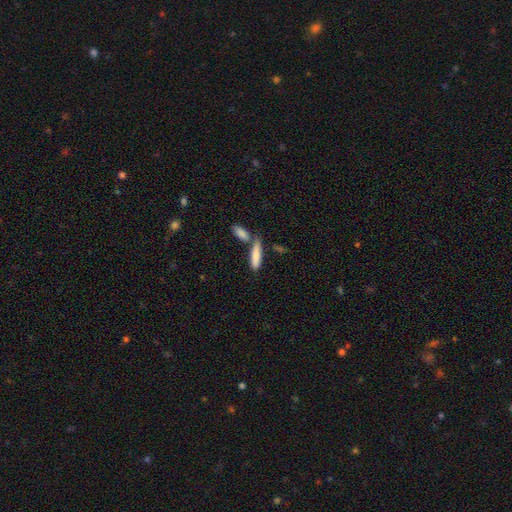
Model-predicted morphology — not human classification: Q: Smooth or featured?
A: smooth (80%); runner-up: featured or disk (14%)
Q: How rounded?
A: cigar-shaped (64%); runner-up: in between (34%)
Q: Merging?
A: none (50%); runner-up: merger (34%)